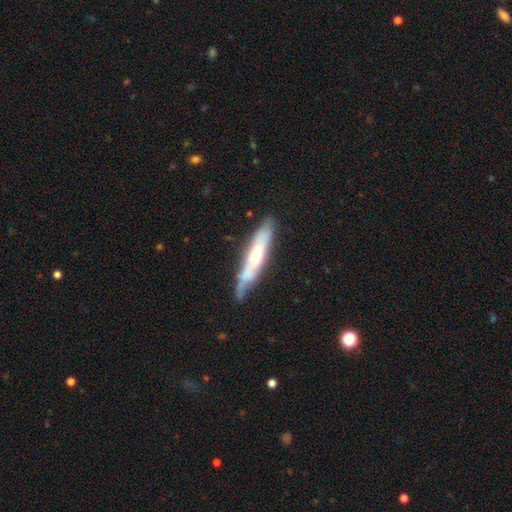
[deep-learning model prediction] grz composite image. It shows a featured or disk galaxy (52%) viewed edge-on (80%). Merging: none (78%).